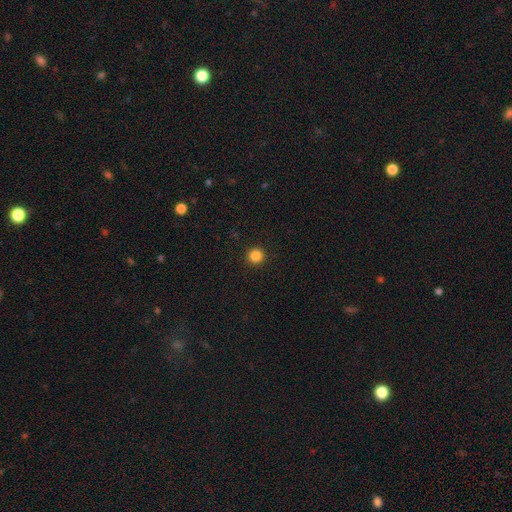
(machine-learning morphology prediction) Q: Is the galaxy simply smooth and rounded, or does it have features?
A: smooth — 86%.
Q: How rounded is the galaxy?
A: round — 95%.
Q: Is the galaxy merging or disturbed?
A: none — 93%.